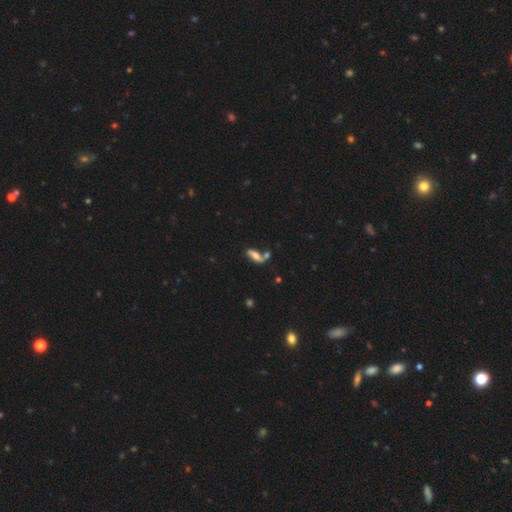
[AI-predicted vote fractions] Smooth or featured?
  - smooth: 57% *
  - featured or disk: 31%
  - star or artifact: 12%
How rounded?
  - in between: 69% *
  - cigar-shaped: 27%
  - round: 5%
Merging?
  - merger: 38% *
  - none: 37%
  - minor disturbance: 15%
  - major disturbance: 11%